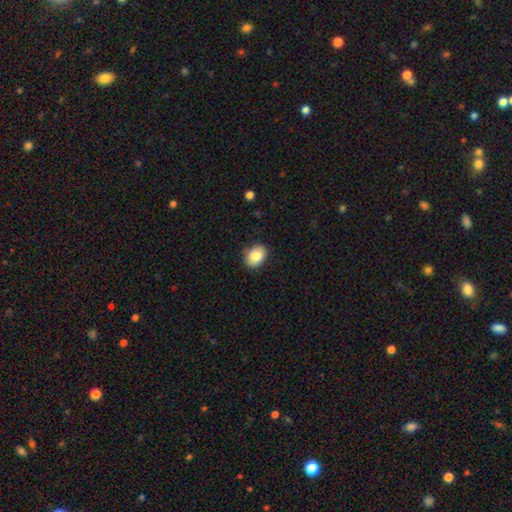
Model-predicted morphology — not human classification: Q: Smooth or featured?
A: smooth (86%); runner-up: star or artifact (7%)
Q: How rounded?
A: in between (72%); runner-up: round (27%)
Q: Merging?
A: none (84%); runner-up: minor disturbance (12%)